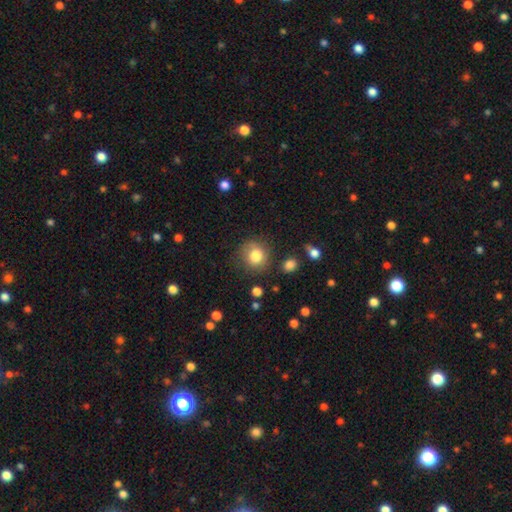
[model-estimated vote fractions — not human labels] The model was most divided on "merging": none: 77%, minor disturbance: 15%, major disturbance: 5%, merger: 3%. More confident: how rounded — round (84%); smooth or featured — smooth (81%).